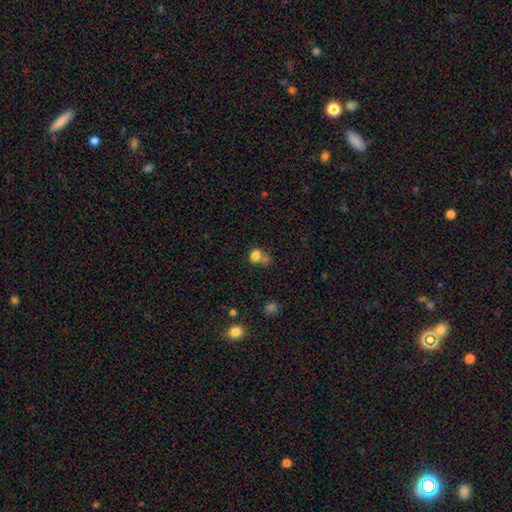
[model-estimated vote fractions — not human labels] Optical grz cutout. It shows a smooth galaxy with no disk features (79%) that is round (69%). Merging: none (43%).